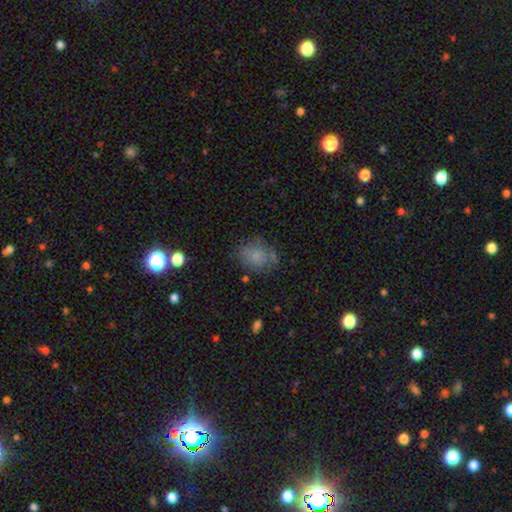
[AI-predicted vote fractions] Overall: smooth (72%). How rounded: round (50%; in between 49%). Merging: none (61%; minor disturbance 24%).